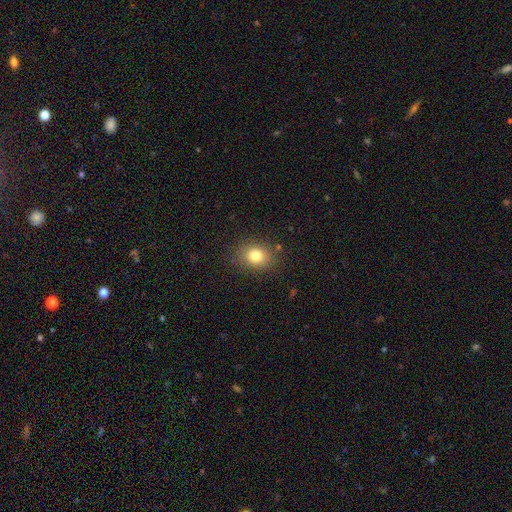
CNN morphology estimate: Smooth or featured?
  - smooth: 79% *
  - star or artifact: 12%
  - featured or disk: 9%
How rounded?
  - round: 57% *
  - in between: 42%
  - cigar-shaped: 1%
Merging?
  - none: 85% *
  - minor disturbance: 10%
  - major disturbance: 4%
  - merger: 2%